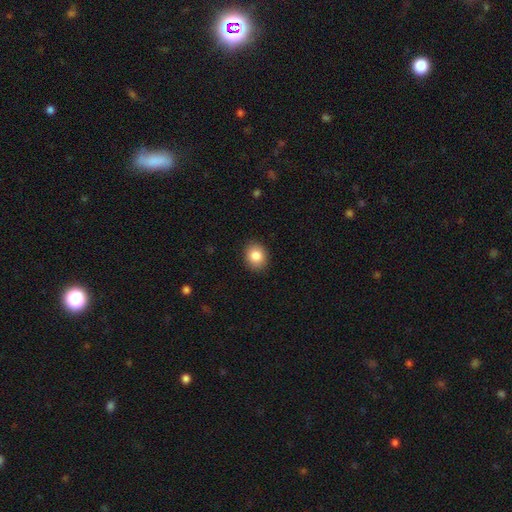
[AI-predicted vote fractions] Smooth or featured: smooth — 86% (star or artifact — 9%)
How rounded: round — 60% (in between — 39%)
Merging: none — 90% (minor disturbance — 7%)